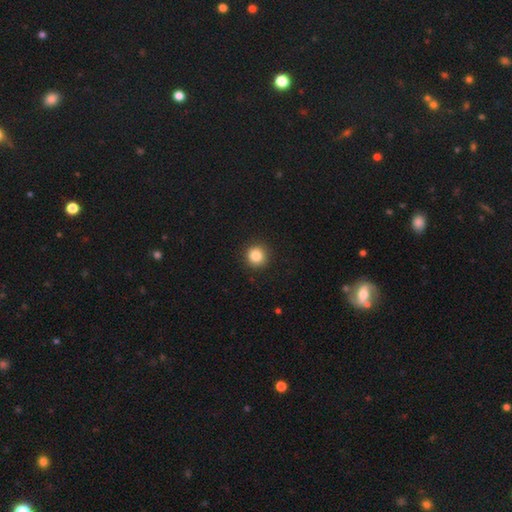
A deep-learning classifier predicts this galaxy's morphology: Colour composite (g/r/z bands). It shows a smooth galaxy with no disk features (85%) that is round (94%). Merging: none (92%).